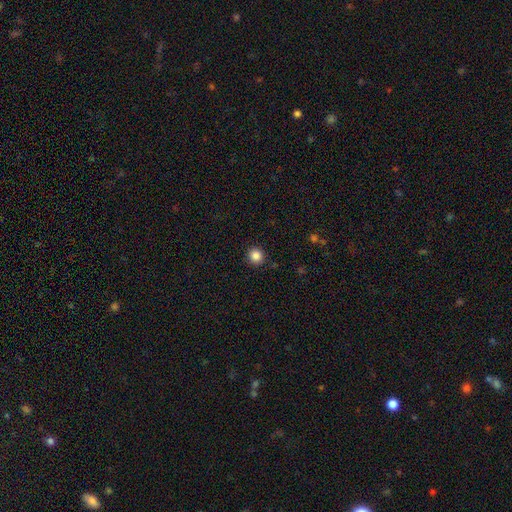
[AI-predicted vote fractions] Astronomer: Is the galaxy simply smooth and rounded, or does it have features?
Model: smooth — 86%.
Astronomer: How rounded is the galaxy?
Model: round — 93%.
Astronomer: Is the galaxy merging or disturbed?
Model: none — 91%.